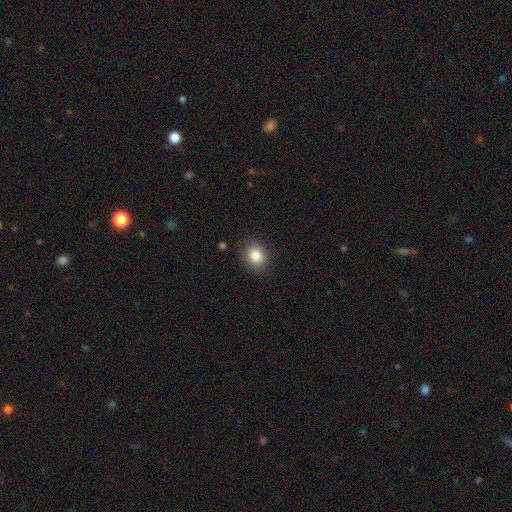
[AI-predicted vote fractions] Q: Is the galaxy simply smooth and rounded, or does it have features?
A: smooth — 85%.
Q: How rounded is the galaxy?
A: round — 54%.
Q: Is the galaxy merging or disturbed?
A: none — 87%.